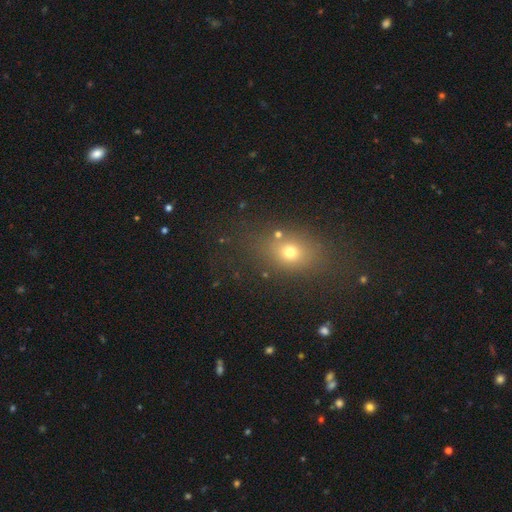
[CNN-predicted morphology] Smooth or featured: smooth — 54% (star or artifact — 34%)
How rounded: in between — 57% (round — 38%)
Merging: none — 80% (minor disturbance — 11%)